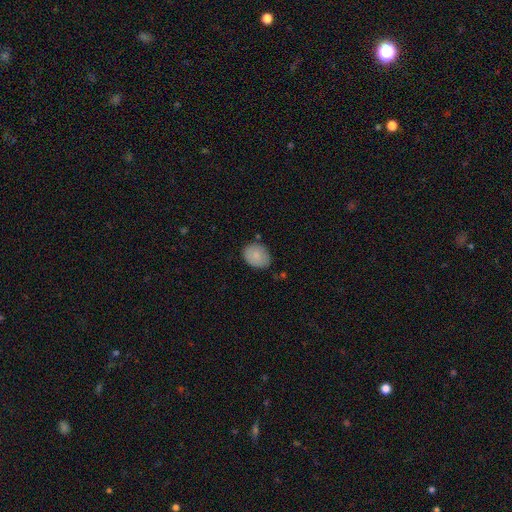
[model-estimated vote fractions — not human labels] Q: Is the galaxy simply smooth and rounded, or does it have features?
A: smooth — 83%.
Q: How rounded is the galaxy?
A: in between — 55%.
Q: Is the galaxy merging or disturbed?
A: none — 77%.